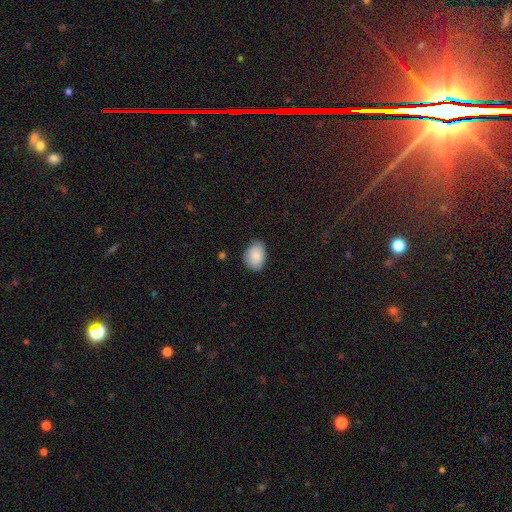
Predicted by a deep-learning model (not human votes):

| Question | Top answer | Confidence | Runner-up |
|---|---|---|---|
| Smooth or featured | smooth | 87% | star or artifact (7%) |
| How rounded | in between | 82% | round (17%) |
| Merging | none | 80% | minor disturbance (16%) |